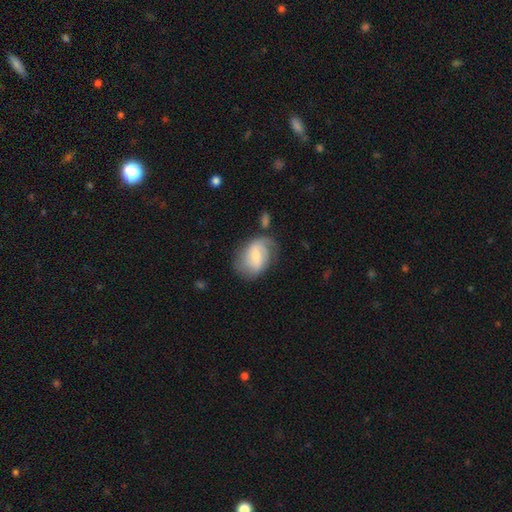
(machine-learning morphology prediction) Smooth or featured? Predicted: featured or disk (p=0.57). Edge-on disk? Predicted: no (p=0.96). Bar? Predicted: weak (p=0.53). Spiral arms? Predicted: yes (p=0.84). Bulge size? Predicted: small (p=0.44, tied with moderate). Merging? Predicted: none (p=0.55).